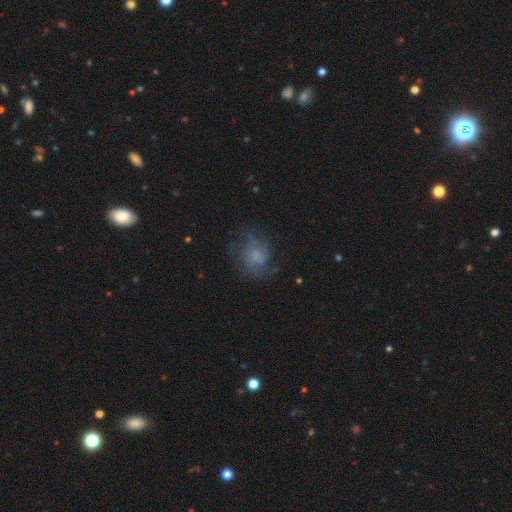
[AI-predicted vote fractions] A featured or disk galaxy (54%) with no bar (70%), spiral arms (81%) and no central bulge (40%). Merging: none (59%).